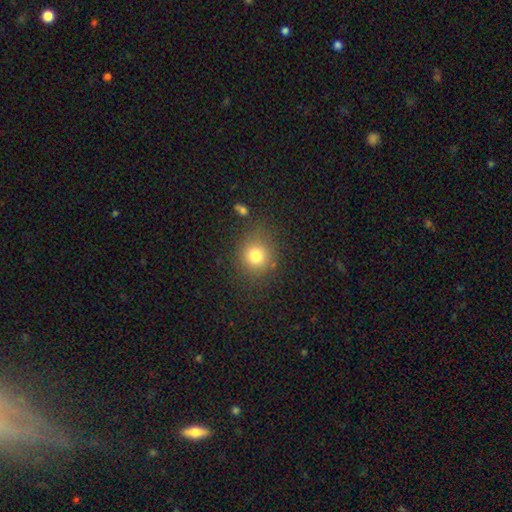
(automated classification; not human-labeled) Smooth or featured? smooth (79%)
How rounded? round (85%)
Merging? none (81%)